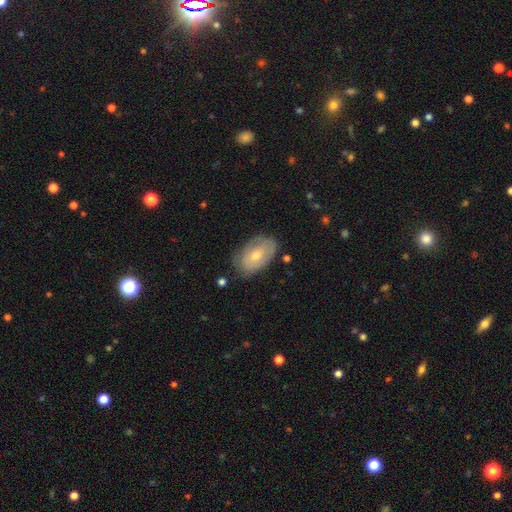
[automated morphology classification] smooth 48%, featured or disk 44%, star or artifact 7%. Down the decision tree: merging — none (74%).